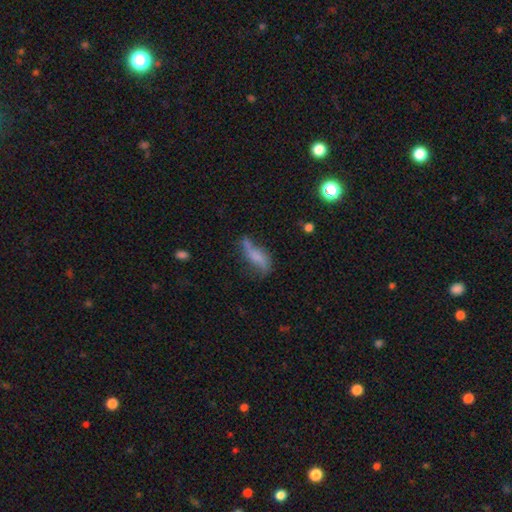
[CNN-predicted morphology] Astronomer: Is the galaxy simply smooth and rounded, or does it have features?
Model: smooth — 50% (runner-up: featured or disk, 39%).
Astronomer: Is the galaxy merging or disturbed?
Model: none — 42% (runner-up: minor disturbance, 30%).